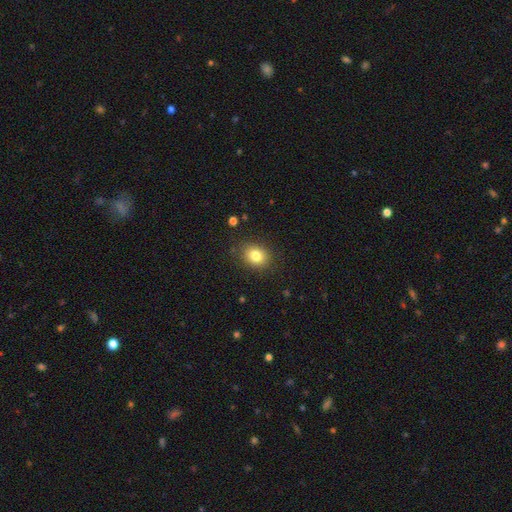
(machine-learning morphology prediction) Smooth or featured: smooth — 81% (star or artifact — 11%)
How rounded: round — 57% (in between — 42%)
Merging: none — 86% (minor disturbance — 10%)